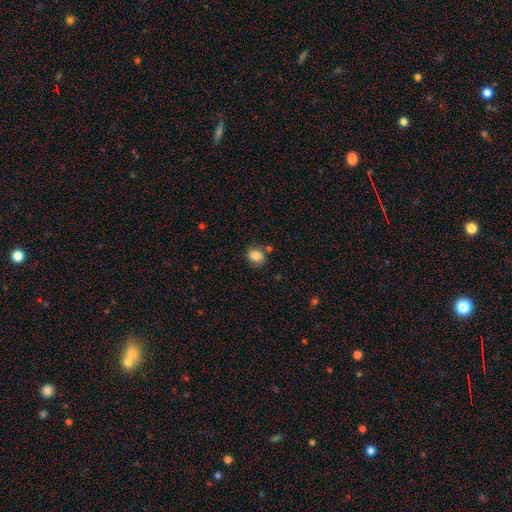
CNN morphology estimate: The model was most divided on "how rounded": round: 60%, in between: 39%, cigar-shaped: 1%. More confident: smooth or featured — smooth (82%); merging — none (76%).